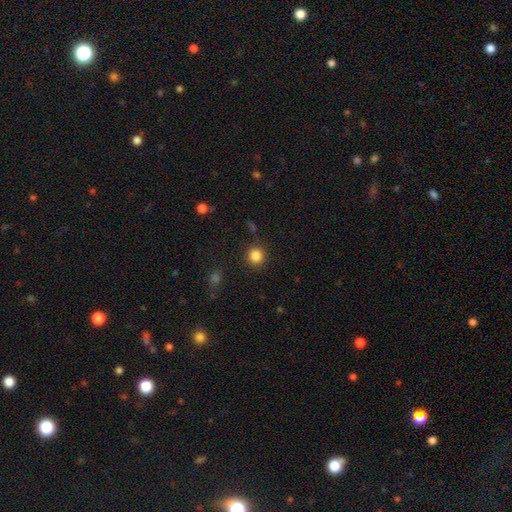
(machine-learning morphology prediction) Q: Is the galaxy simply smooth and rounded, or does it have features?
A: smooth — 85%.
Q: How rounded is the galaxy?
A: round — 93%.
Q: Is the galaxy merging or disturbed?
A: none — 89%.